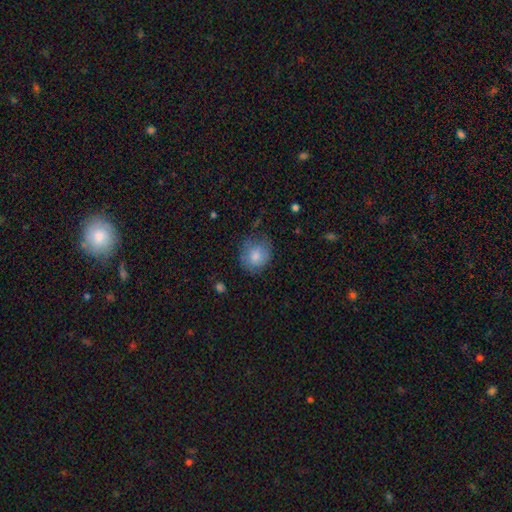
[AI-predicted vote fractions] Smooth or featured?
  - smooth: 80% *
  - featured or disk: 13%
  - star or artifact: 8%
How rounded?
  - round: 73% *
  - in between: 26%
  - cigar-shaped: 1%
Merging?
  - none: 63% *
  - minor disturbance: 25%
  - major disturbance: 10%
  - merger: 2%